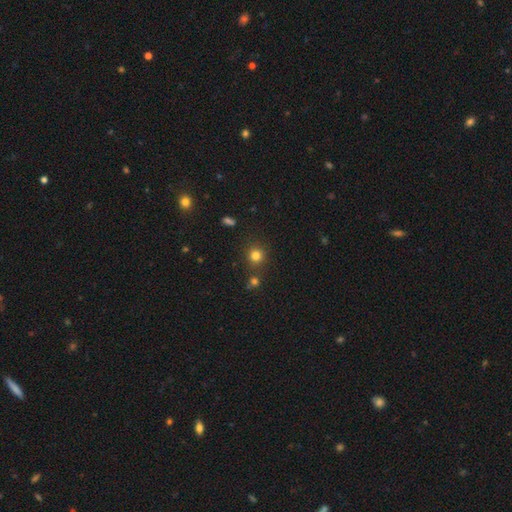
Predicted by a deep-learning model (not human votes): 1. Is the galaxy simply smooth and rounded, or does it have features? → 78% smooth, 16% star or artifact, 6% featured or disk.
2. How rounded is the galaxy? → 91% round, 8% in between, 1% cigar-shaped.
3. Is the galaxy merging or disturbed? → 81% none, 9% merger, 8% minor disturbance, 3% major disturbance.